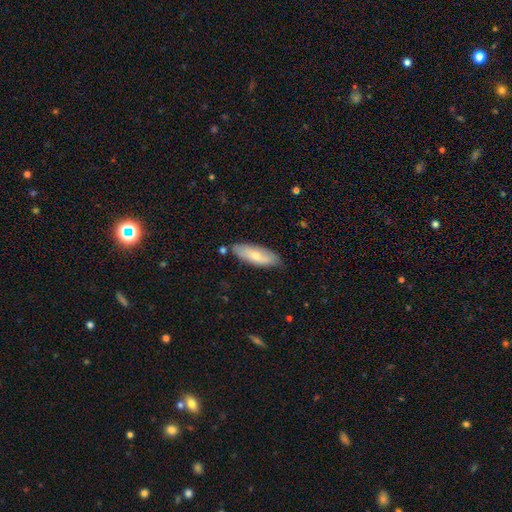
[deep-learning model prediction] Q: Smooth or featured?
A: smooth (67%); runner-up: featured or disk (27%)
Q: How rounded?
A: in between (64%); runner-up: cigar-shaped (34%)
Q: Merging?
A: none (80%); runner-up: minor disturbance (15%)